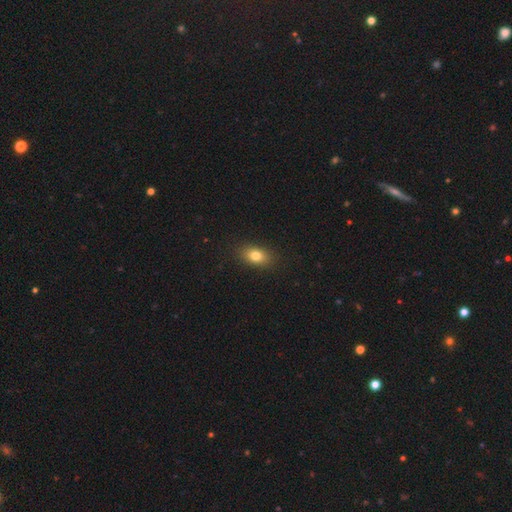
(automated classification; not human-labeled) Smooth or featured? Predicted: smooth (p=0.79). How rounded? Predicted: in between (p=0.79). Merging? Predicted: none (p=0.87).